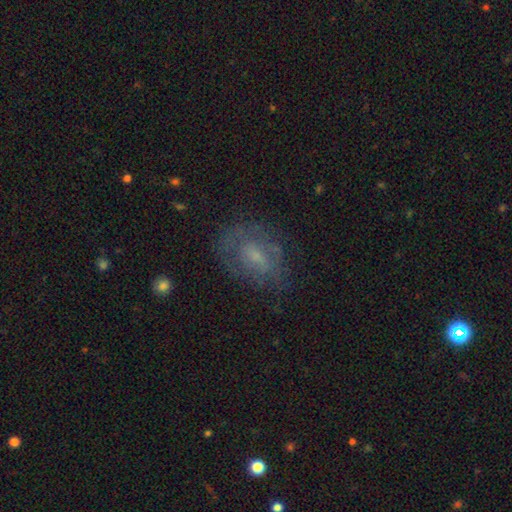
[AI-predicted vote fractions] Overall: featured or disk (50%; smooth 37%). Edge-on disk: no (95%). Merging: none (63%).